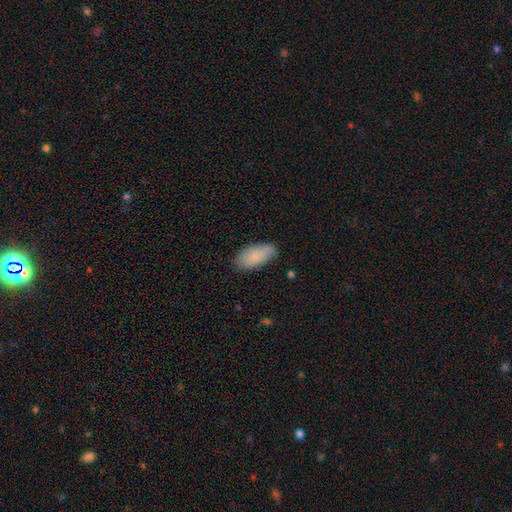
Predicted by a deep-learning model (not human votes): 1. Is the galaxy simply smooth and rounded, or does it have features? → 87% smooth, 7% featured or disk, 6% star or artifact.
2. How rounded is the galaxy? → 90% in between, 8% cigar-shaped, 2% round.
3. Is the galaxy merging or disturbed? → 80% none, 16% minor disturbance, 3% major disturbance, 1% merger.